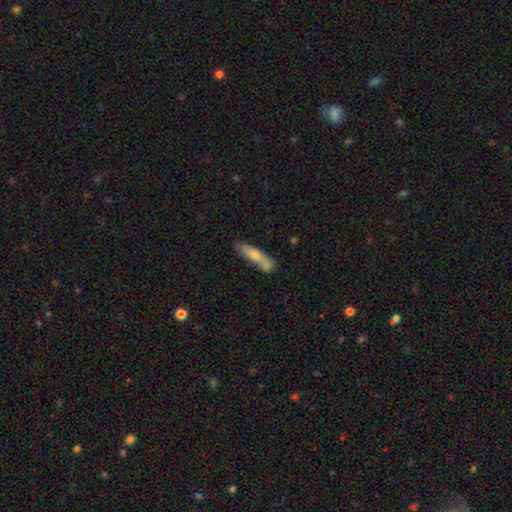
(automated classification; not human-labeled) Smooth or featured?
  - smooth: 70% *
  - featured or disk: 23%
  - star or artifact: 7%
How rounded?
  - cigar-shaped: 80% *
  - in between: 18%
  - round: 2%
Merging?
  - none: 57% *
  - minor disturbance: 19%
  - merger: 19%
  - major disturbance: 6%